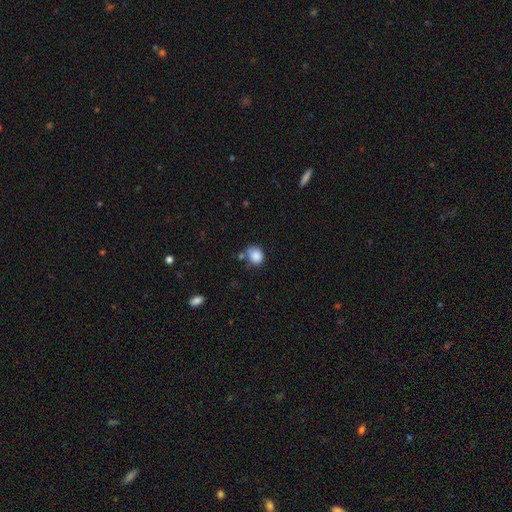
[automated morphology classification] smooth 85%, star or artifact 9%, featured or disk 6%. Down the decision tree: how rounded — round (59%); merging — none (56%).